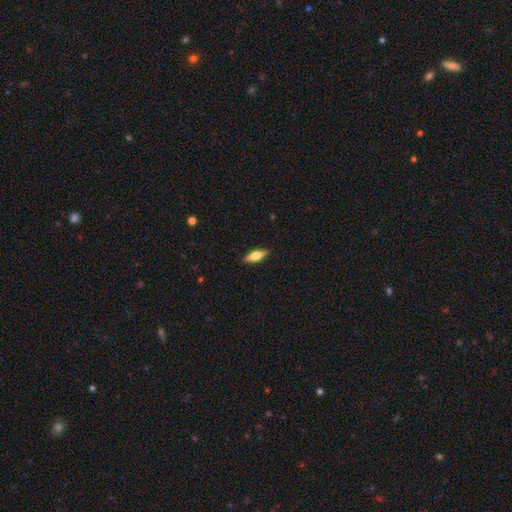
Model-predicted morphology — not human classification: Overall: smooth (51%; featured or disk 43%). How rounded: in between (57%; cigar-shaped 40%). Merging: none (89%).